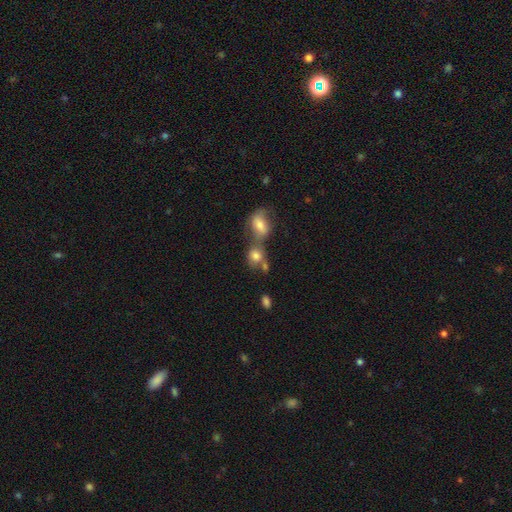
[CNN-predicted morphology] Smooth or featured?
  - smooth: 77% *
  - featured or disk: 13%
  - star or artifact: 10%
How rounded?
  - round: 56% *
  - in between: 42%
  - cigar-shaped: 2%
Merging?
  - merger: 55% *
  - none: 30%
  - minor disturbance: 10%
  - major disturbance: 5%